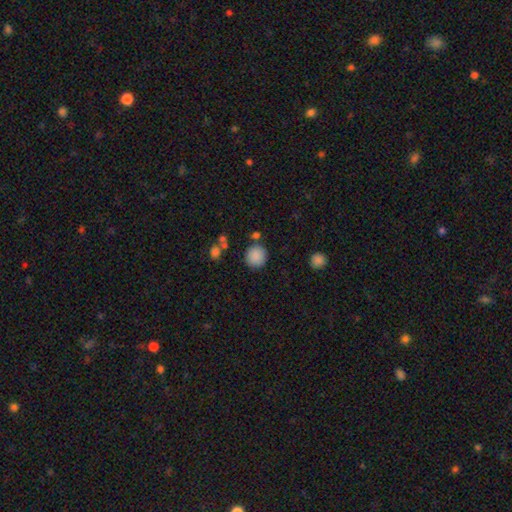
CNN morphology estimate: smooth_or_featured: smooth (p=0.87) [alt: star or artifact p=0.09]
how_rounded: round (p=0.92) [alt: in between p=0.07]
merging: none (p=0.82) [alt: minor disturbance p=0.09]